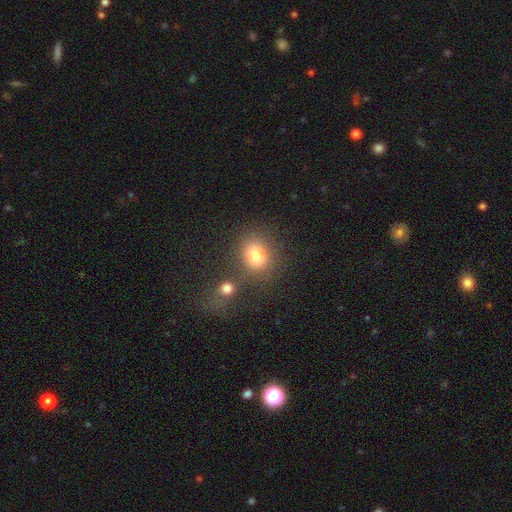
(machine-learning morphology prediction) Smooth or featured? Predicted: smooth (p=0.79). How rounded? Predicted: round (p=0.62). Merging? Predicted: none (p=0.64).